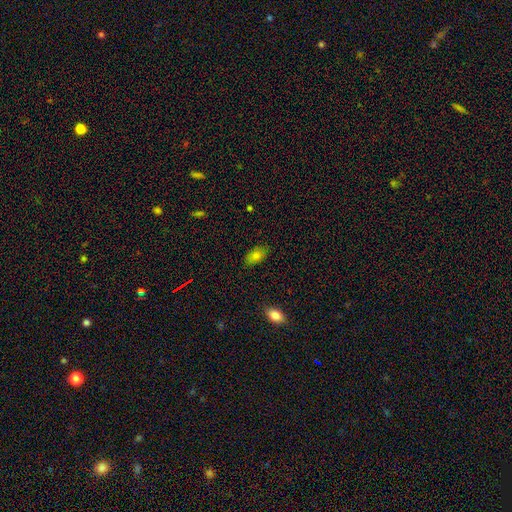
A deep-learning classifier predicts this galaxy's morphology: A smooth galaxy with no disk features (81%) that is in between round and cigar-shaped (91%). Merging: none (85%).